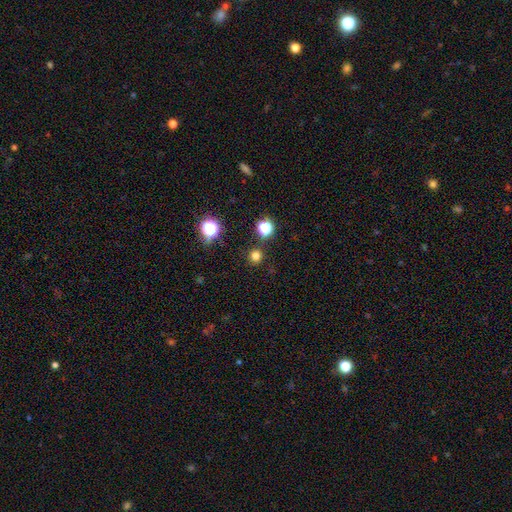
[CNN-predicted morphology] Q: Smooth or featured?
A: smooth (75%); runner-up: star or artifact (21%)
Q: How rounded?
A: round (94%); runner-up: in between (5%)
Q: Merging?
A: none (88%); runner-up: minor disturbance (6%)